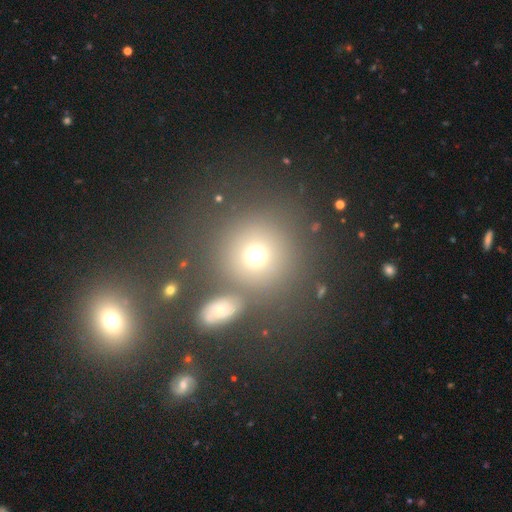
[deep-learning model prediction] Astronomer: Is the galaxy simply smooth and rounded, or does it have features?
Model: smooth — 66%.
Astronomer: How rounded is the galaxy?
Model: round — 91%.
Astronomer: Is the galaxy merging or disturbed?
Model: none — 73%.